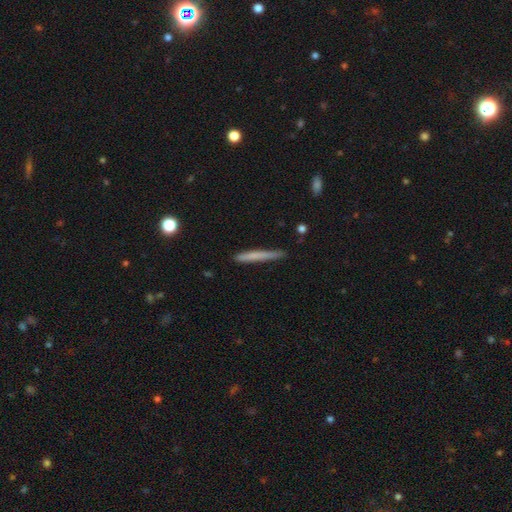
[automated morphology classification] A smooth galaxy with no disk features (67%) that is cigar-shaped (96%).

Vote fractions:
- Smooth or featured? smooth: 67% / featured or disk: 27% / star or artifact: 7%
- How rounded? cigar-shaped: 96% / in between: 2% / round: 1%
- Merging? none: 82% / minor disturbance: 14% / major disturbance: 2% / merger: 2%